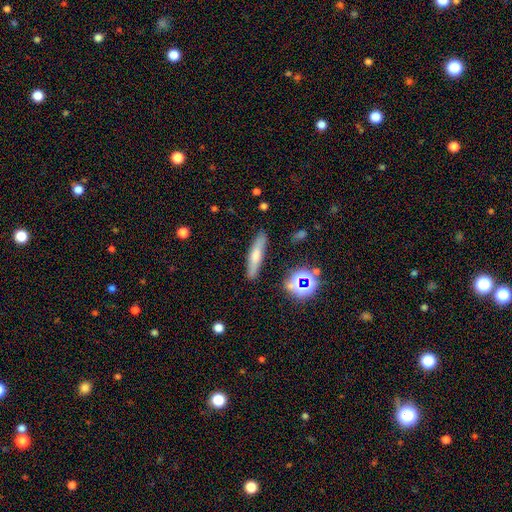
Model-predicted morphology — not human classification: A smooth galaxy with no disk features (59%) that is cigar-shaped (81%). Merging: none (85%).